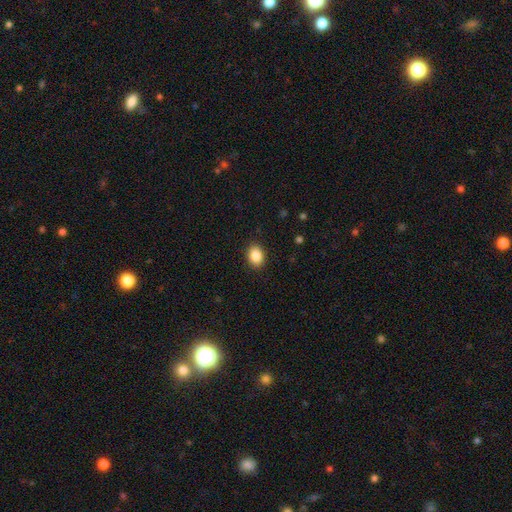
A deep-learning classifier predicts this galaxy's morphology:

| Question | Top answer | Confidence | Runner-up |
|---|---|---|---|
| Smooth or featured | smooth | 87% | star or artifact (8%) |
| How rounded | in between | 70% | round (29%) |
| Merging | none | 89% | minor disturbance (8%) |